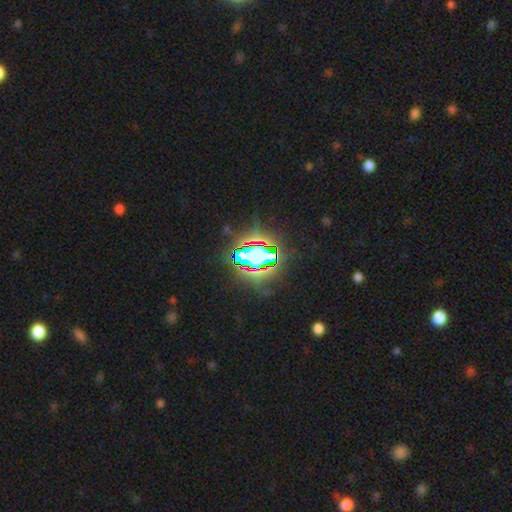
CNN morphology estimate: This appears to be a star or artifact, not a galaxy (71%).